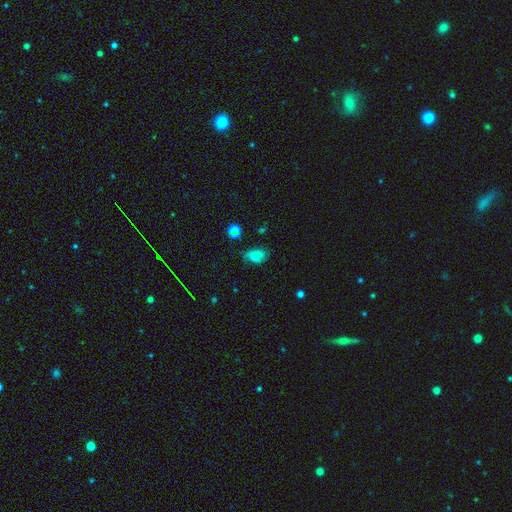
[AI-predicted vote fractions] Morphology: type=smooth (69%); roundness=in between (78%); merging=none (53%).